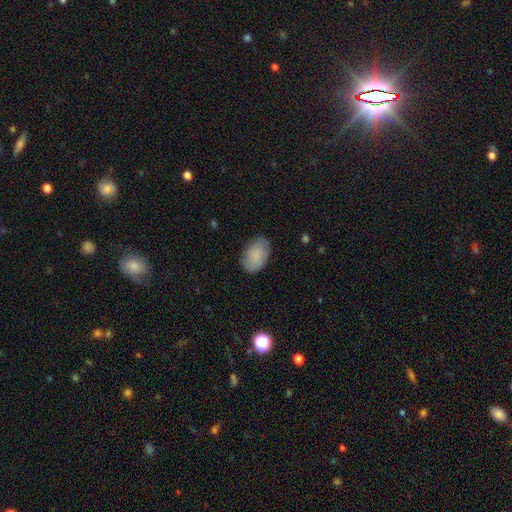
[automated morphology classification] smooth-or-featured: smooth: 85% | featured or disk: 8% | star or artifact: 6%
  how-rounded: in between: 91% | round: 8% | cigar-shaped: 1%
  merging: none: 81% | minor disturbance: 15% | major disturbance: 3% | merger: 1%